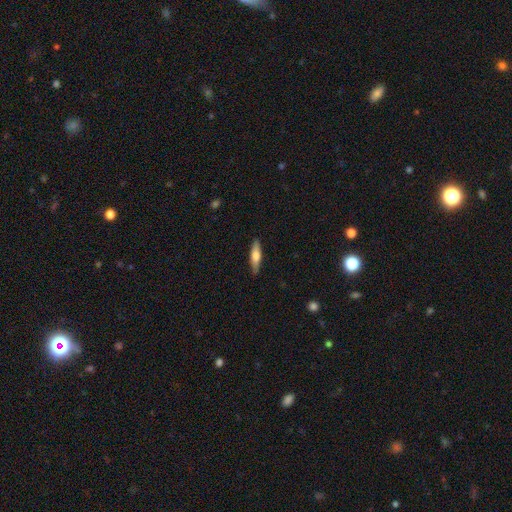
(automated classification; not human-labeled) Smooth or featured?
  - smooth: 55% *
  - featured or disk: 39%
  - star or artifact: 6%
How rounded?
  - cigar-shaped: 72% *
  - in between: 26%
  - round: 2%
Merging?
  - none: 87% *
  - minor disturbance: 10%
  - major disturbance: 2%
  - merger: 1%